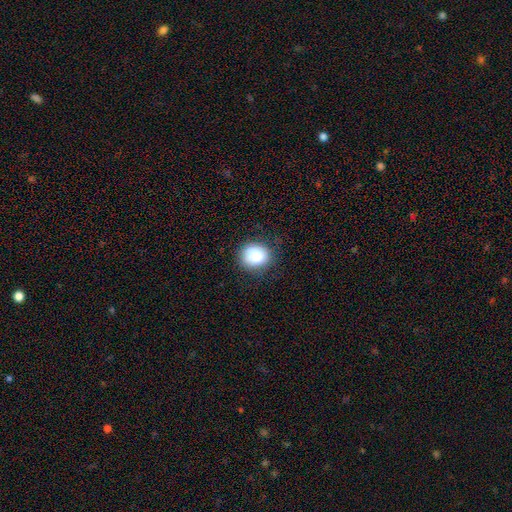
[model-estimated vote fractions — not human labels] The model was most divided on "how rounded": round: 75%, in between: 24%, cigar-shaped: 1%. More confident: smooth or featured — smooth (85%); merging — none (79%).